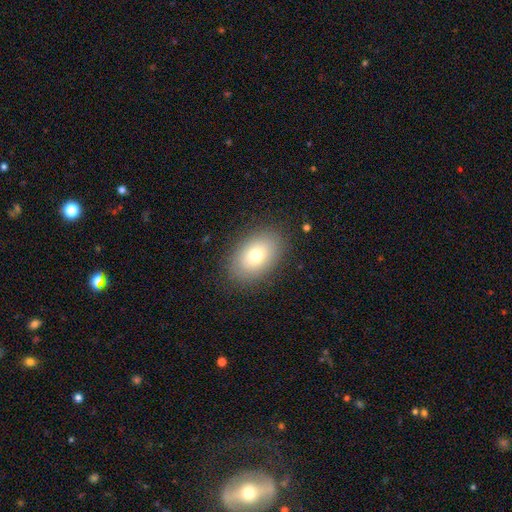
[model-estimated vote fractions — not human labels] Q: Smooth or featured?
A: smooth (73%); runner-up: featured or disk (17%)
Q: How rounded?
A: in between (84%); runner-up: round (15%)
Q: Merging?
A: none (85%); runner-up: minor disturbance (10%)